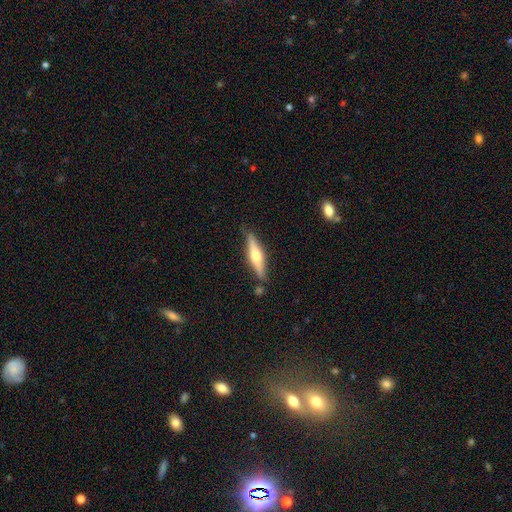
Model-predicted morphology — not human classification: A featured or disk galaxy (56%) viewed edge-on (94%) with a rounded central bulge (90%). Merging: none (80%).